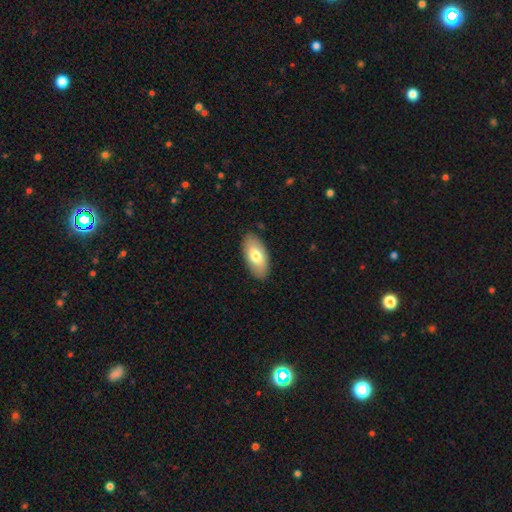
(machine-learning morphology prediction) smooth_or_featured: smooth (p=0.72) [alt: featured or disk p=0.22]
how_rounded: in between (p=0.92) [alt: cigar-shaped p=0.06]
merging: none (p=0.88) [alt: minor disturbance p=0.09]